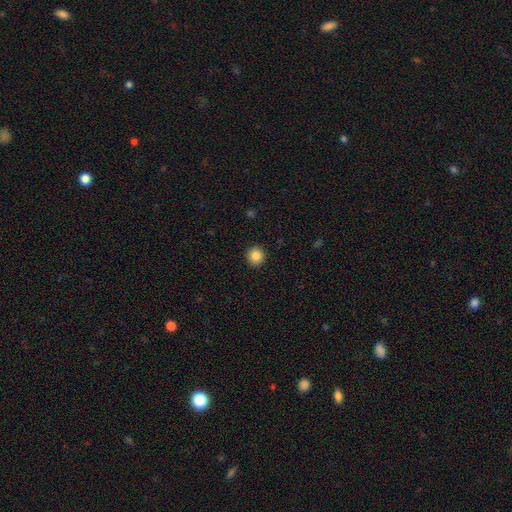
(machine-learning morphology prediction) Overall: smooth (86%). How rounded: round (92%). Merging: none (92%).